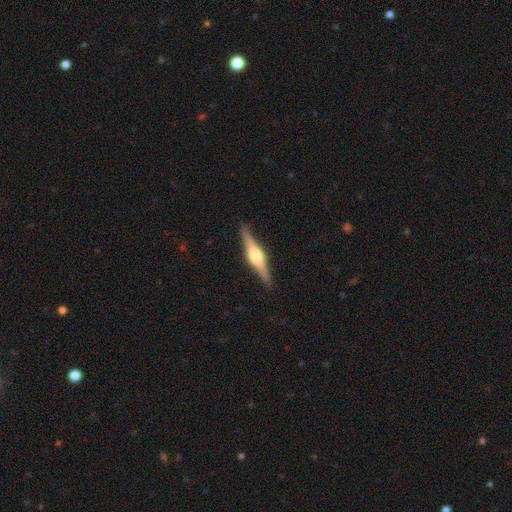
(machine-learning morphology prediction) The model was most divided on "smooth or featured": featured or disk: 77%, smooth: 18%, star or artifact: 5%. More confident: edge-on disk — yes (98%); merging — none (89%); edge-on bulge — rounded (86%).